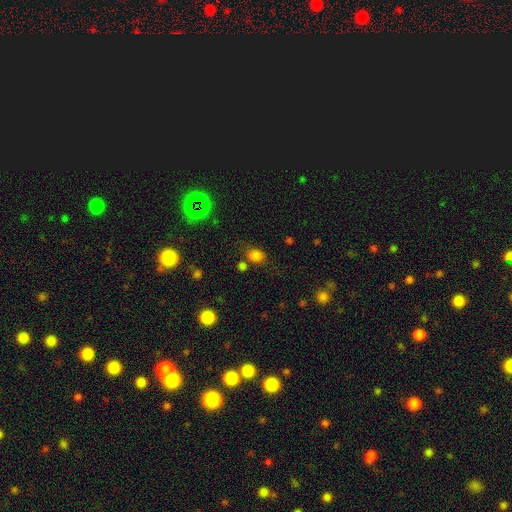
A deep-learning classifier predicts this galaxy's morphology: The model was most divided on "how rounded": in between: 56%, round: 43%, cigar-shaped: 1%. More confident: smooth or featured — smooth (77%); merging — none (69%).